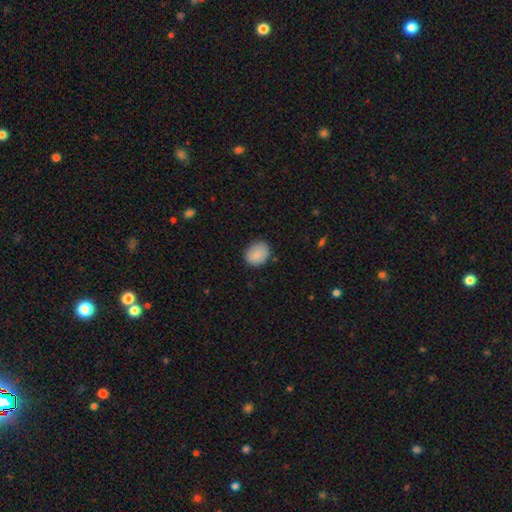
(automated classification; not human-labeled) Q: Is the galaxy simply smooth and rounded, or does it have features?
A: smooth — 86%.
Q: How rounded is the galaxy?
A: round — 55%.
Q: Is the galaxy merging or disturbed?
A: none — 83%.